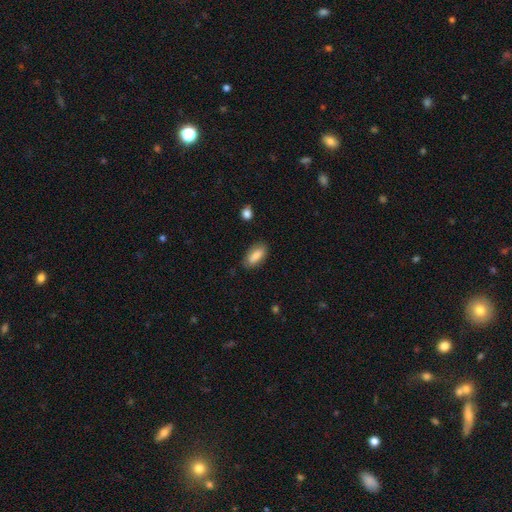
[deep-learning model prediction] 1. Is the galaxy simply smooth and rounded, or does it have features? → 83% smooth, 11% featured or disk, 7% star or artifact.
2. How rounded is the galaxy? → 85% in between, 12% cigar-shaped, 3% round.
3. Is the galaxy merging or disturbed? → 79% none, 16% minor disturbance, 4% major disturbance, 2% merger.